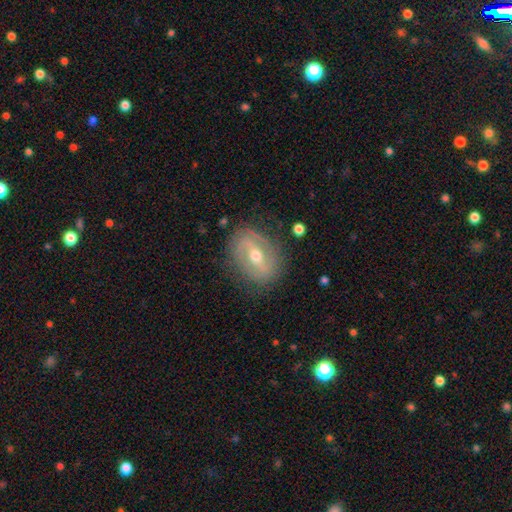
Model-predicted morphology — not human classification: type=featured or disk (74%); edge-on=no (93%); bar=strong (45%); spiral arms=yes (66%); bulge=moderate (61%); merging=none (80%).